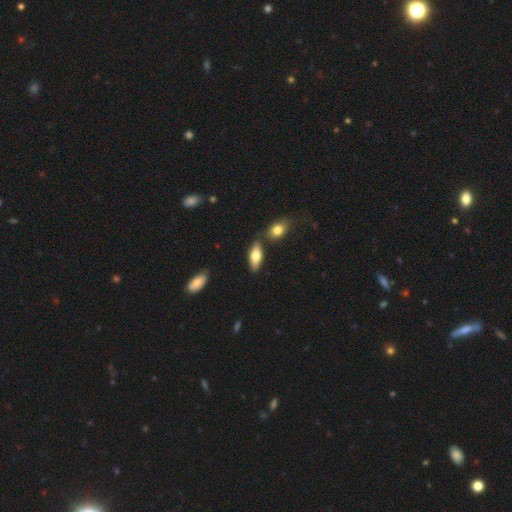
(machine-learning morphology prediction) Smooth or featured? Predicted: smooth (p=0.73). How rounded? Predicted: in between (p=0.78). Merging? Predicted: none (p=0.73).